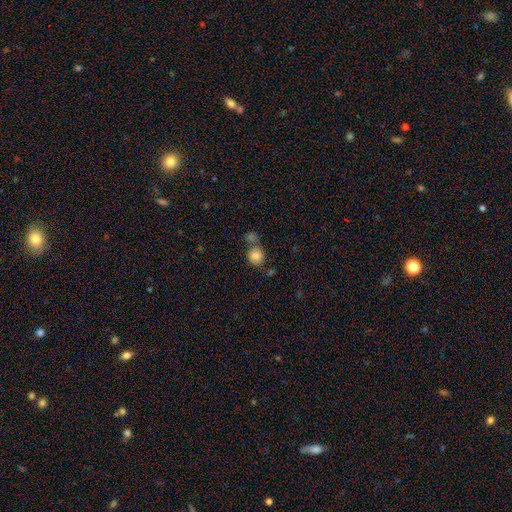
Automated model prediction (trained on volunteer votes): The model was most divided on "merging": none: 56%, merger: 30%, minor disturbance: 10%, major disturbance: 4%. More confident: how rounded — round (84%); smooth or featured — smooth (83%).